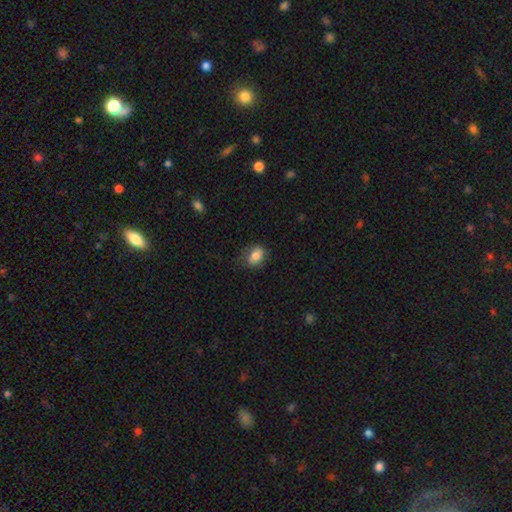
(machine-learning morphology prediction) Smooth or featured?
  - smooth: 81% *
  - featured or disk: 10%
  - star or artifact: 9%
How rounded?
  - in between: 73% *
  - round: 26%
  - cigar-shaped: 2%
Merging?
  - none: 71% *
  - minor disturbance: 22%
  - major disturbance: 6%
  - merger: 1%